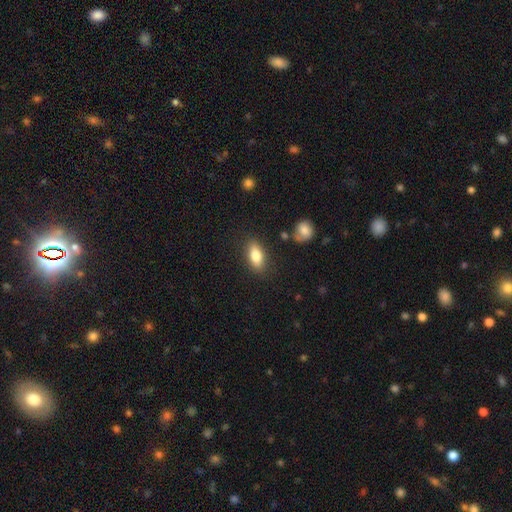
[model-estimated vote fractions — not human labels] Q: Smooth or featured?
A: smooth (80%); runner-up: featured or disk (13%)
Q: How rounded?
A: in between (84%); runner-up: cigar-shaped (11%)
Q: Merging?
A: none (84%); runner-up: minor disturbance (11%)